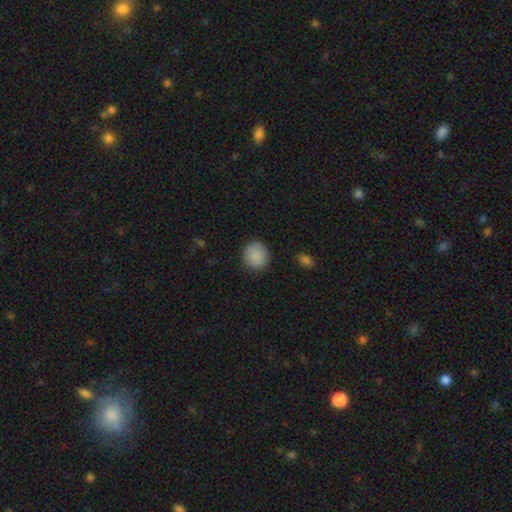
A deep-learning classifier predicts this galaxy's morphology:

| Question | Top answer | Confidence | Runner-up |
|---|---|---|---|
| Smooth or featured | smooth | 89% | star or artifact (8%) |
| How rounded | round | 87% | in between (12%) |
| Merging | none | 87% | minor disturbance (9%) |